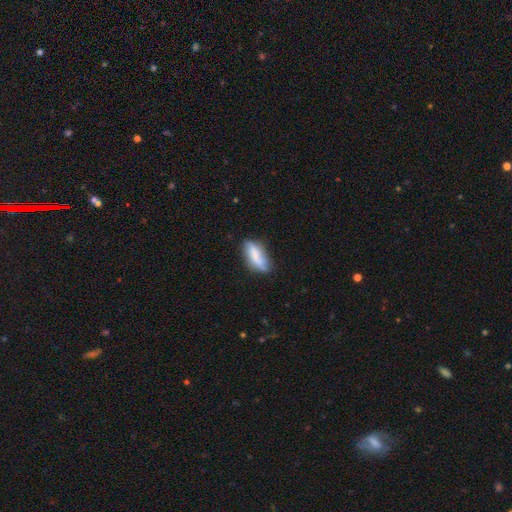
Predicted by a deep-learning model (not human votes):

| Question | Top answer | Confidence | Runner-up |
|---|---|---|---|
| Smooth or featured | smooth | 66% | featured or disk (27%) |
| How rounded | in between | 72% | cigar-shaped (25%) |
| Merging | none | 62% | minor disturbance (28%) |